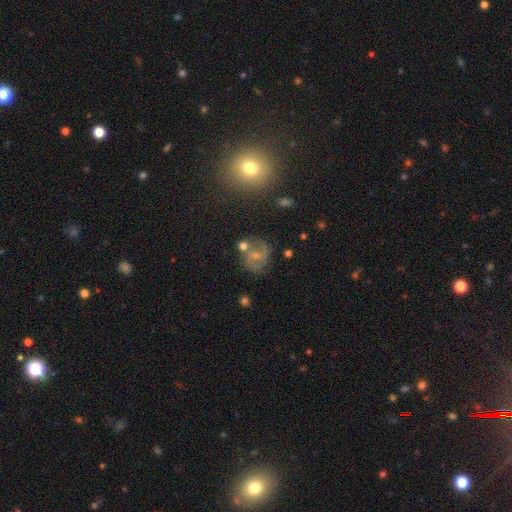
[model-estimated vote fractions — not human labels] Smooth or featured?
  - featured or disk: 71% *
  - smooth: 19%
  - star or artifact: 10%
Edge-on disk?
  - no: 97% *
  - yes: 3%
Bar?
  - weak: 50% *
  - no: 34%
  - strong: 16%
Spiral arms?
  - yes: 91% *
  - no: 9%
Spiral winding?
  - medium: 52% *
  - loose: 30%
  - tight: 17%
Spiral arm count?
  - 2: 86% *
  - can't tell: 6%
  - 3: 3%
  - 1: 2%
  - 4: 1%
  - more than 4: 1%
Bulge size?
  - small: 53% *
  - moderate: 36%
  - none: 8%
  - large: 2%
  - dominant: 1%
Merging?
  - none: 63% *
  - minor disturbance: 17%
  - merger: 12%
  - major disturbance: 8%